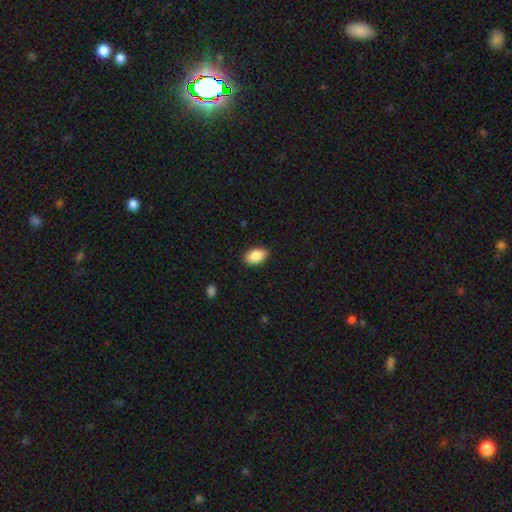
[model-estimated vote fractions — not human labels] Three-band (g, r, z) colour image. It shows a smooth galaxy with no disk features (89%) that is in between round and cigar-shaped (92%). Merging: none (87%).